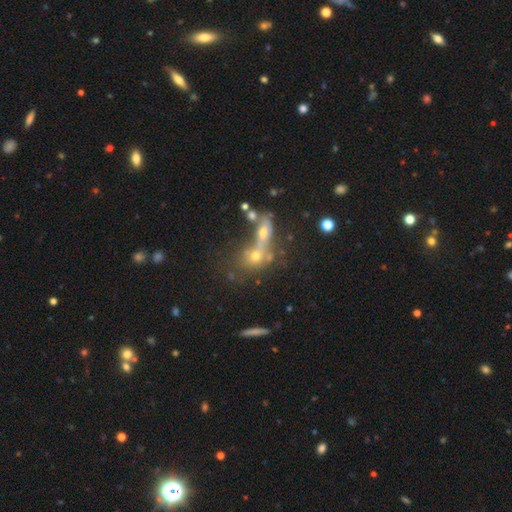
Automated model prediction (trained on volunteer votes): A smooth galaxy with no disk features (57%) that is round (47%). Merging: merger (59%).